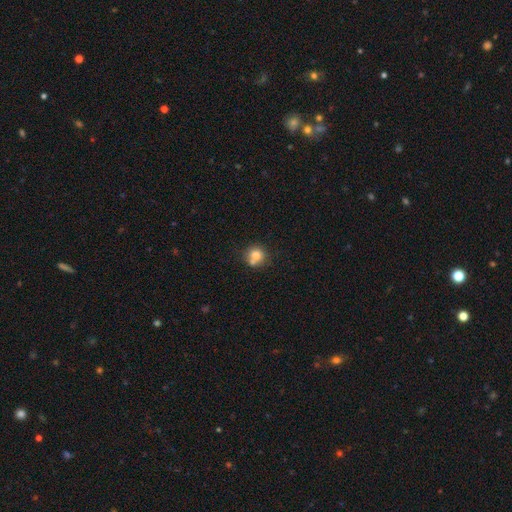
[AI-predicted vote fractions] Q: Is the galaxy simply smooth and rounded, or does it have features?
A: smooth — 76%.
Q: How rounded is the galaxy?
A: round — 88%.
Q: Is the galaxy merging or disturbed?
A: none — 55%.